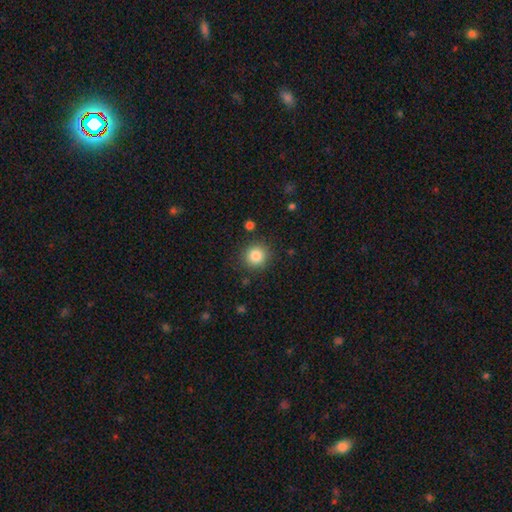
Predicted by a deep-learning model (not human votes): A smooth galaxy with no disk features (84%) that is round (92%). Merging: none (87%).